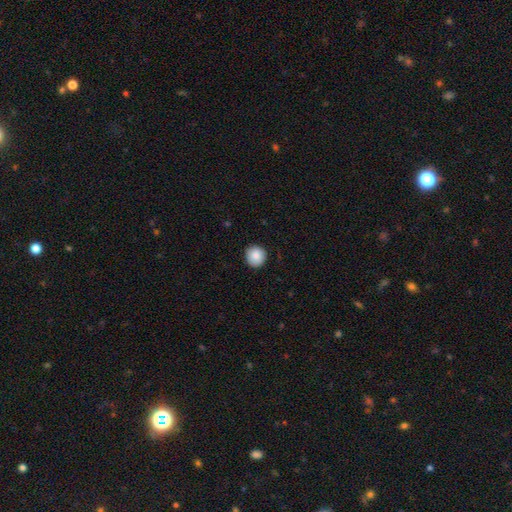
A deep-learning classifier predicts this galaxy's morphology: Smooth or featured? smooth (88%)
How rounded? round (93%)
Merging? none (90%)